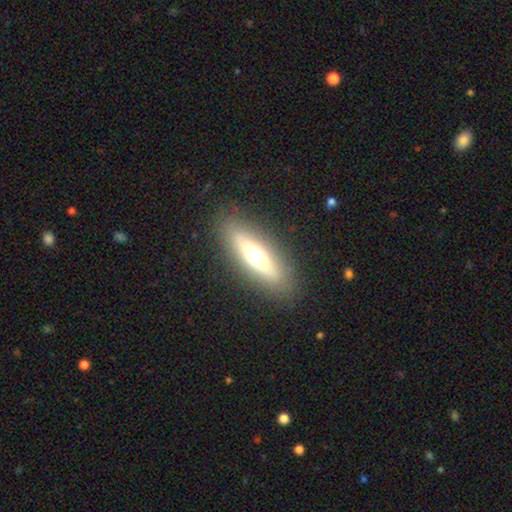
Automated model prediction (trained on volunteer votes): This appears to be a smooth galaxy with no disk features (48%). Merging: none (86%).